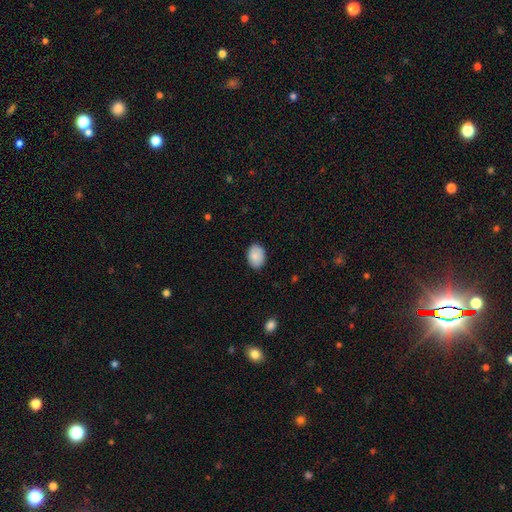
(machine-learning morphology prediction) Smooth or featured?
  - smooth: 89% *
  - star or artifact: 7%
  - featured or disk: 5%
How rounded?
  - in between: 74% *
  - round: 25%
  - cigar-shaped: 1%
Merging?
  - none: 86% *
  - minor disturbance: 11%
  - major disturbance: 2%
  - merger: 1%